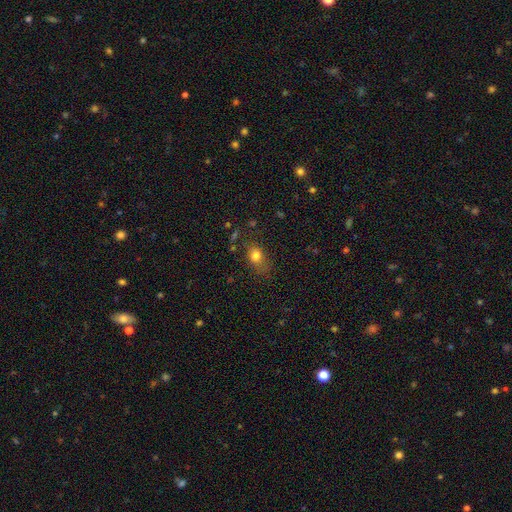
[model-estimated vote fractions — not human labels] smooth-or-featured: smooth: 78% | star or artifact: 13% | featured or disk: 9%
  how-rounded: in between: 57% | round: 41% | cigar-shaped: 2%
  merging: none: 69% | minor disturbance: 20% | major disturbance: 8% | merger: 3%